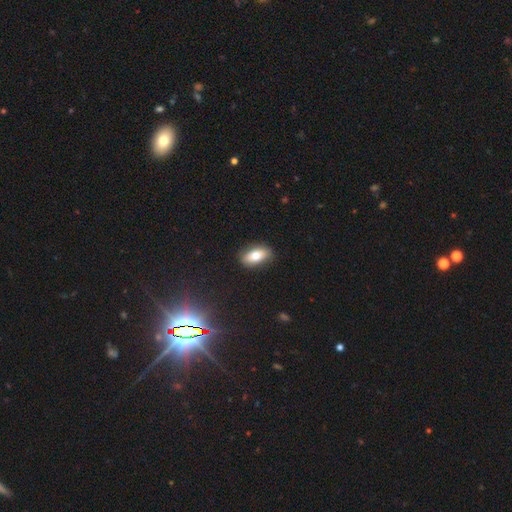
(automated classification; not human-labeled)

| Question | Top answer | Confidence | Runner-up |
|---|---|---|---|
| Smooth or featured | smooth | 75% | featured or disk (17%) |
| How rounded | in between | 89% | cigar-shaped (7%) |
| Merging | none | 86% | minor disturbance (11%) |